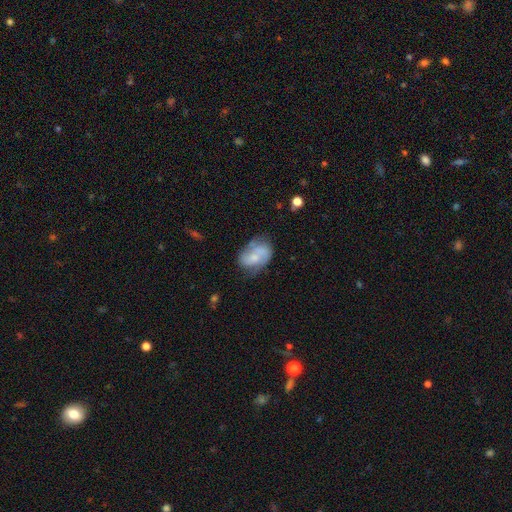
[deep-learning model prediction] Smooth or featured? featured or disk (48%)
Merging? none (46%)